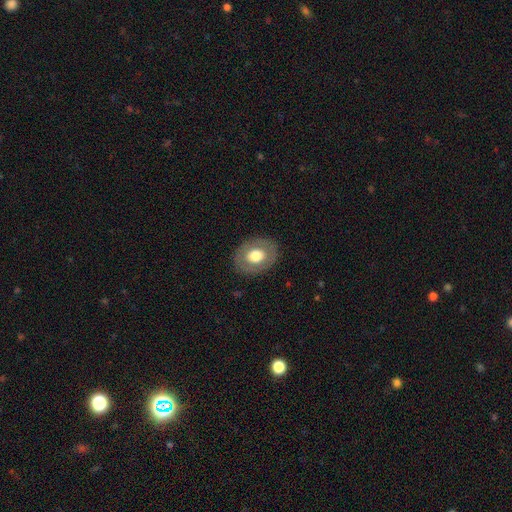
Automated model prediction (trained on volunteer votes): A smooth galaxy with no disk features (61%) that is in between round and cigar-shaped (60%). Merging: none (84%).